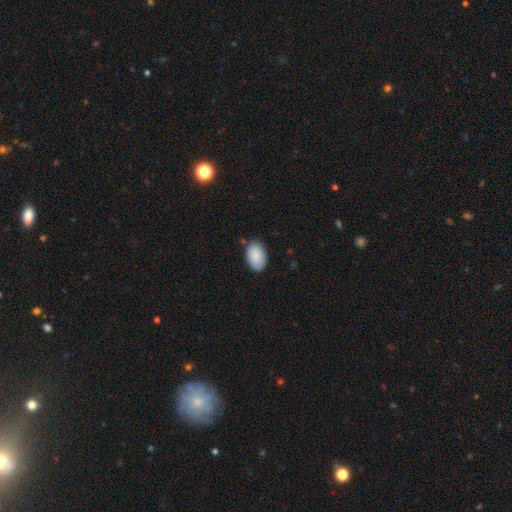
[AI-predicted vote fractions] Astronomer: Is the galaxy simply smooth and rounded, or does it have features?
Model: smooth — 89%.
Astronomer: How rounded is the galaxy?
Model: in between — 92%.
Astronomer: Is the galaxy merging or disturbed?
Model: none — 81%.